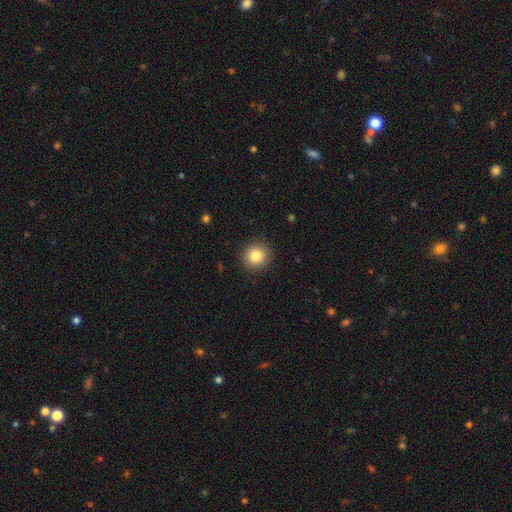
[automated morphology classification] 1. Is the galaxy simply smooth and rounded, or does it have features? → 84% smooth, 10% star or artifact, 6% featured or disk.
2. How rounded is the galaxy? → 91% round, 8% in between, 1% cigar-shaped.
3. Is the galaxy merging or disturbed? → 90% none, 6% minor disturbance, 2% major disturbance, 1% merger.